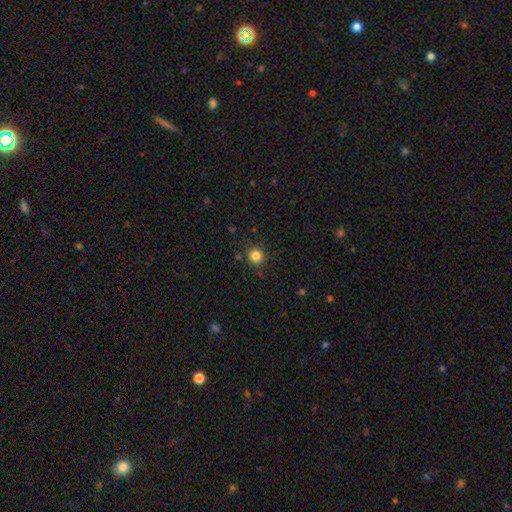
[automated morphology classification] Smooth or featured? smooth (84%)
How rounded? round (94%)
Merging? none (88%)